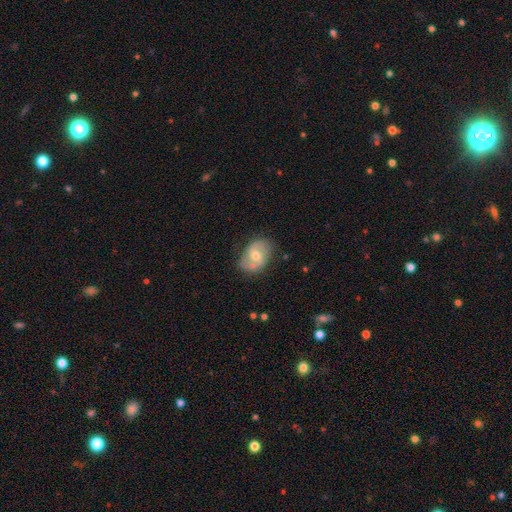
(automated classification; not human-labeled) This appears to be a featured or disk galaxy (58%) with no bar (51%), spiral arms (75%) and a moderate central bulge (62%). Merging: none (66%).